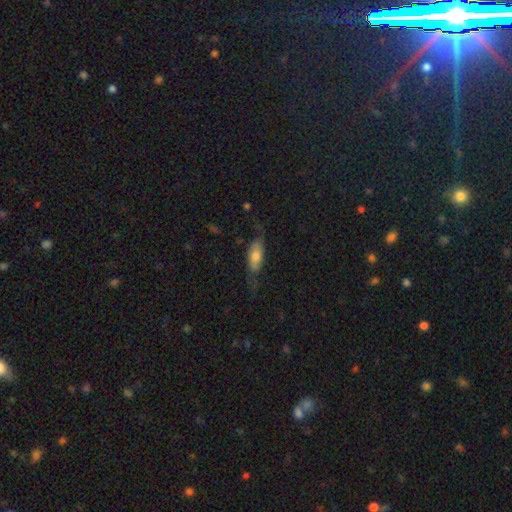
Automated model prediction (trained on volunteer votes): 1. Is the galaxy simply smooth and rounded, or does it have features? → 54% smooth, 40% featured or disk, 7% star or artifact.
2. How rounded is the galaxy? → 72% in between, 25% cigar-shaped, 3% round.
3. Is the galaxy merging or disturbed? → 55% none, 25% minor disturbance, 18% major disturbance, 2% merger.